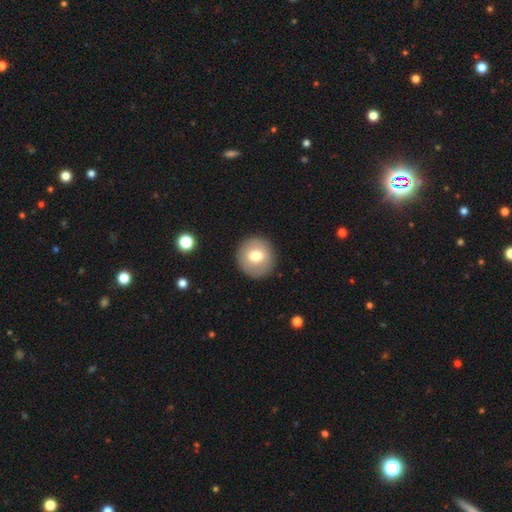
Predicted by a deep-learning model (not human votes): A smooth galaxy with no disk features (72%) that is round (92%).

Vote fractions:
- Smooth or featured? smooth: 72% / featured or disk: 20% / star or artifact: 8%
- How rounded? round: 92% / in between: 7% / cigar-shaped: 1%
- Merging? none: 90% / minor disturbance: 7% / major disturbance: 2% / merger: 1%